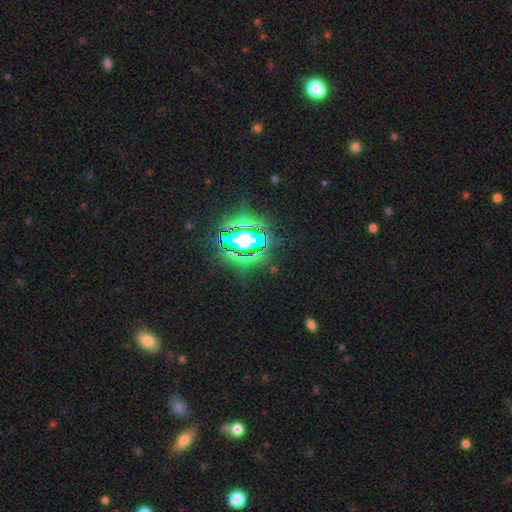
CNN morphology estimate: Q: Smooth or featured?
A: star or artifact (77%); runner-up: smooth (13%)